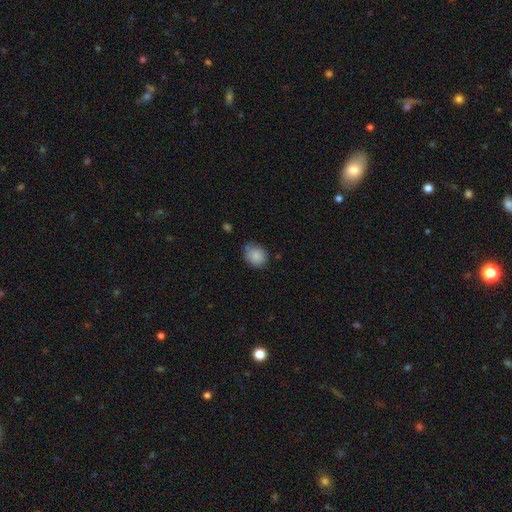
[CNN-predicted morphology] smooth 87%, star or artifact 8%, featured or disk 5%. Down the decision tree: how rounded — round (60%); merging — none (73%).